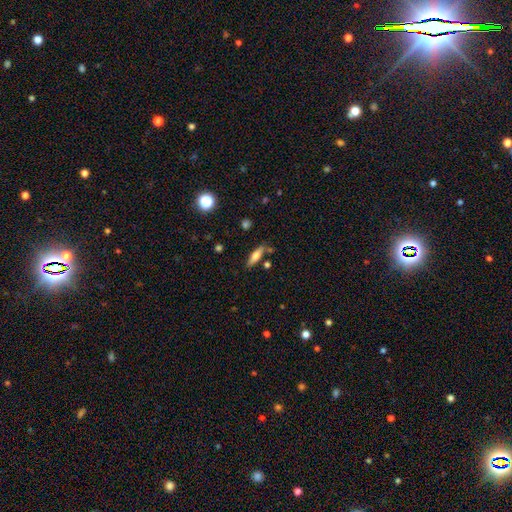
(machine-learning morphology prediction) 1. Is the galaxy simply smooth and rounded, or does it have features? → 59% smooth, 33% featured or disk, 8% star or artifact.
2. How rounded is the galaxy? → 61% cigar-shaped, 36% in between, 3% round.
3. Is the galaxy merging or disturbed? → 75% none, 14% minor disturbance, 7% merger, 4% major disturbance.